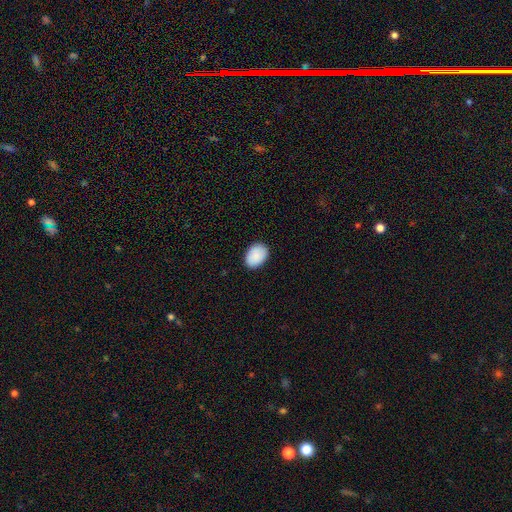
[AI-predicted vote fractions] The model was most divided on "how rounded": in between: 78%, round: 21%, cigar-shaped: 1%. More confident: smooth or featured — smooth (90%); merging — none (88%).